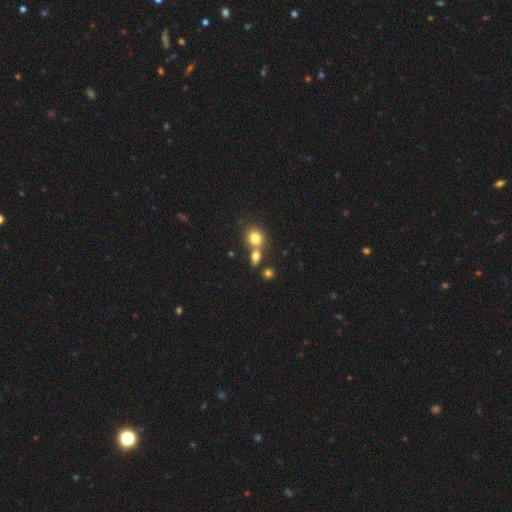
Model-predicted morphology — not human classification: Smooth or featured: smooth — 76% (star or artifact — 13%)
How rounded: round — 54% (in between — 44%)
Merging: none — 46% (merger — 41%)